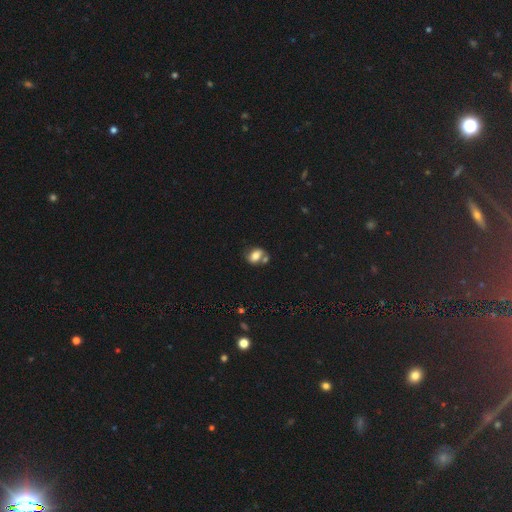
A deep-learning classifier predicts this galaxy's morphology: Smooth or featured? smooth (74%)
How rounded? in between (75%)
Merging? none (42%)